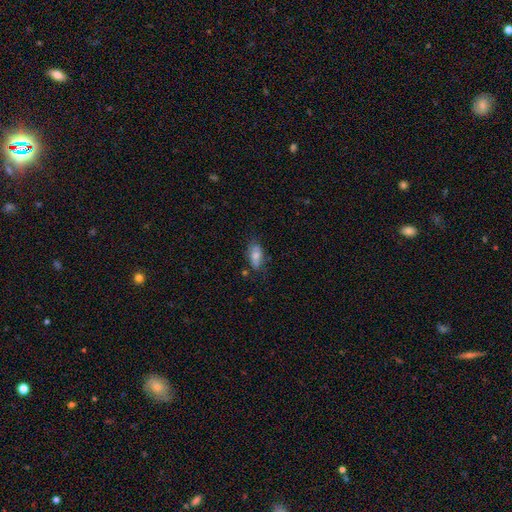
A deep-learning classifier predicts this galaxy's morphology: Smooth or featured: smooth — 68% (featured or disk — 24%)
How rounded: in between — 87% (cigar-shaped — 8%)
Merging: none — 63% (minor disturbance — 24%)